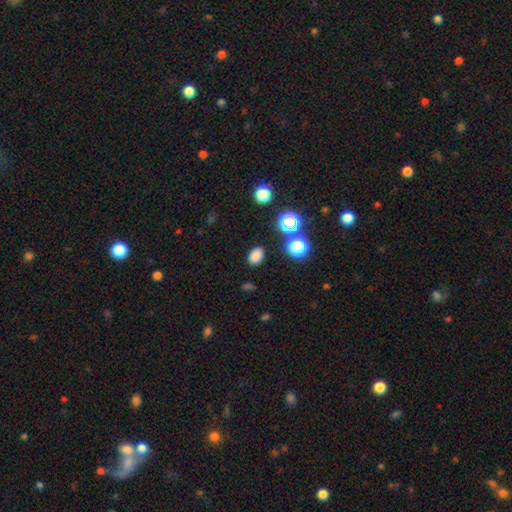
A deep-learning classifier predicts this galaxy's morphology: Smooth or featured: smooth — 79% (star or artifact — 16%)
How rounded: in between — 77% (round — 22%)
Merging: none — 86% (minor disturbance — 9%)